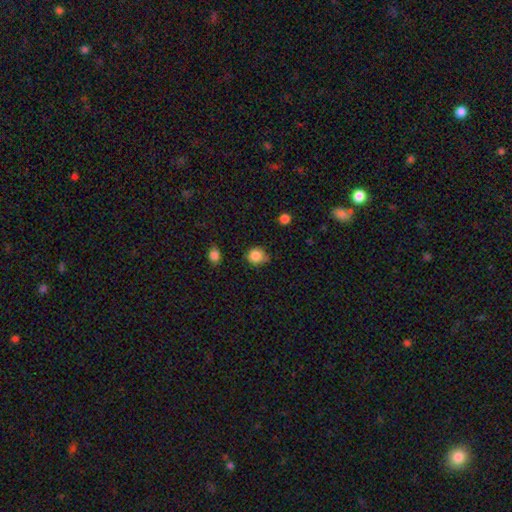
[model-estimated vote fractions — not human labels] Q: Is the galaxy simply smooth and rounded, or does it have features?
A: smooth — 85%.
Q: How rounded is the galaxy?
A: round — 82%.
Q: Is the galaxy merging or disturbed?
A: none — 67%.